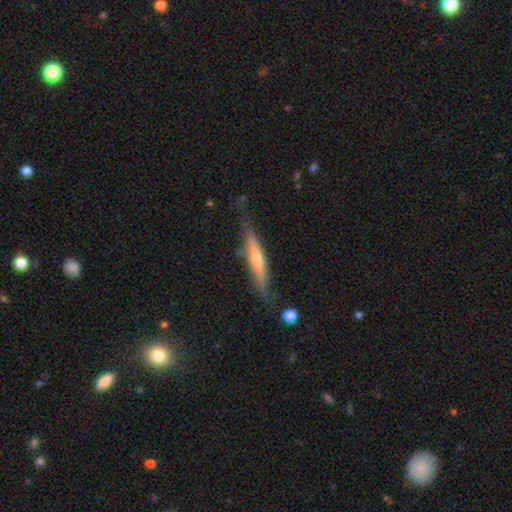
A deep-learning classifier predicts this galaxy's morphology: This appears to be a featured or disk galaxy (59%) viewed edge-on (92%) with a rounded central bulge (59%). Merging: none (71%).